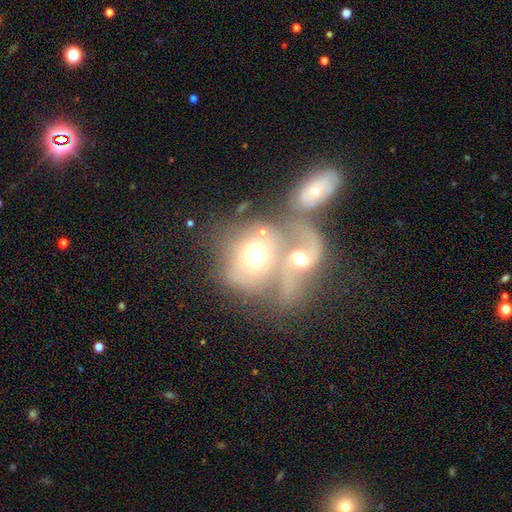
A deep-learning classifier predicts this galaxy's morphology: featured or disk 46%, smooth 43%, star or artifact 10%. Down the decision tree: merging — merger (75%).